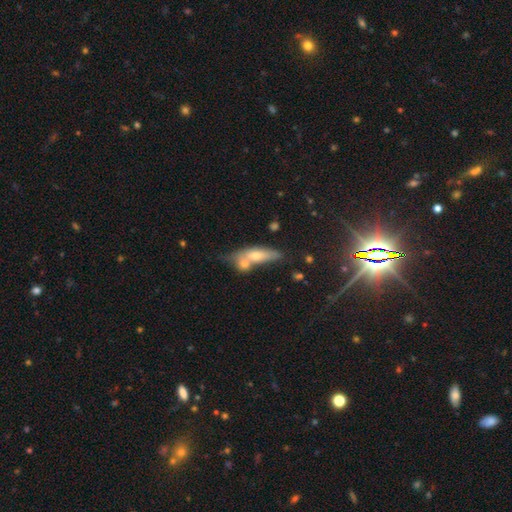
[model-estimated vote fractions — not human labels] A smooth galaxy with no disk features (54%) that is in between round and cigar-shaped (49%).

Vote fractions:
- Smooth or featured? smooth: 54% / featured or disk: 35% / star or artifact: 12%
- How rounded? in between: 49% / cigar-shaped: 45% / round: 6%
- Merging? merger: 45% / none: 36% / minor disturbance: 13% / major disturbance: 6%